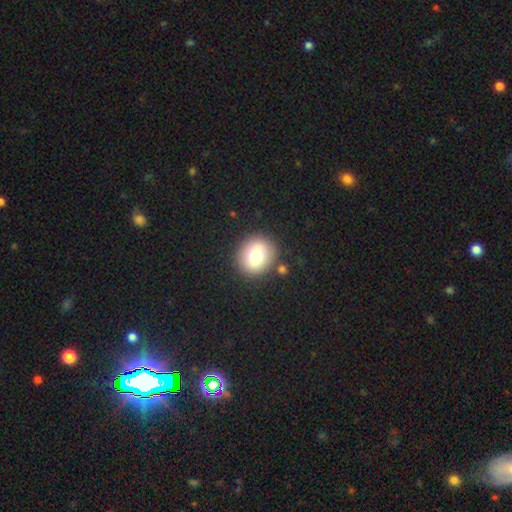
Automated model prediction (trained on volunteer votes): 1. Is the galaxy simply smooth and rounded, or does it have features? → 73% smooth, 17% featured or disk, 10% star or artifact.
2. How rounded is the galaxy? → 80% round, 19% in between, 1% cigar-shaped.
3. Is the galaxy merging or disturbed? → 86% none, 8% minor disturbance, 4% merger, 3% major disturbance.